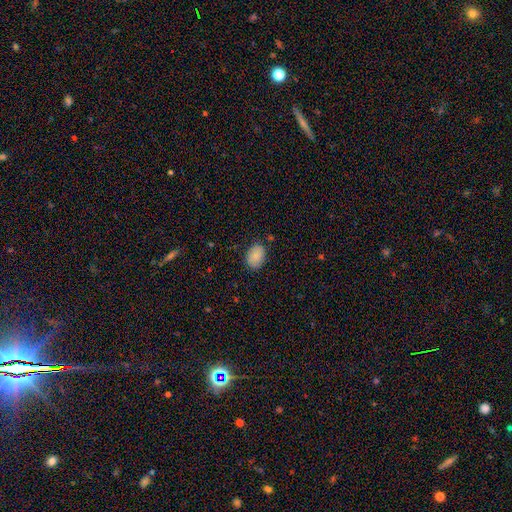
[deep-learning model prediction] The model was most divided on "how rounded": in between: 81%, round: 18%, cigar-shaped: 1%. More confident: smooth or featured — smooth (86%); merging — none (81%).